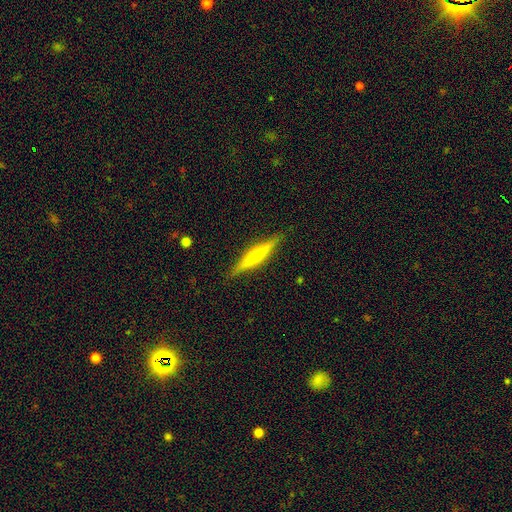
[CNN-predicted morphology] This is possibly a featured or disk galaxy (51%). It is clearly viewed edge-on (96%). Merging: clearly none (90%).